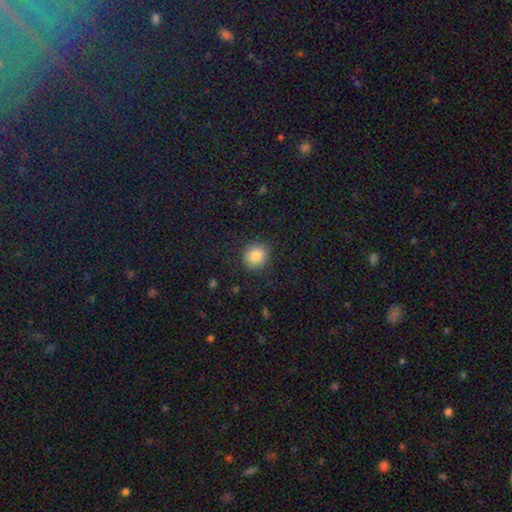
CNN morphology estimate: This appears to be a smooth galaxy with no disk features (85%) that is round (85%). Merging: none (86%).